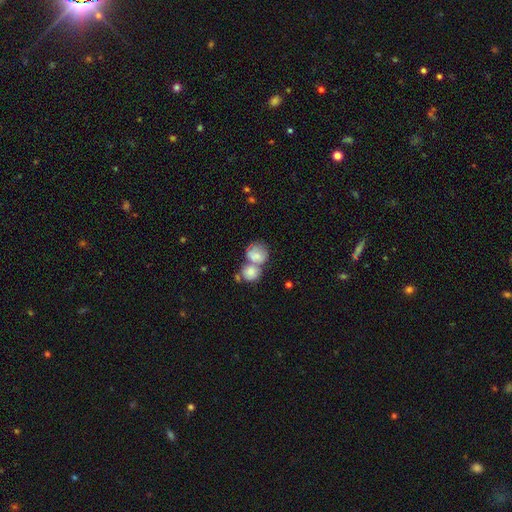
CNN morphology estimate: type=smooth (71%); roundness=round (70%); merging=merger (62%).